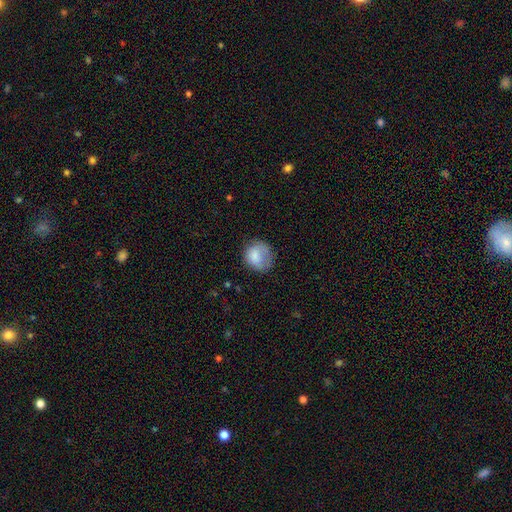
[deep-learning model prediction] smooth 79%, featured or disk 13%, star or artifact 8%. Down the decision tree: how rounded — round (74%); merging — none (58%).